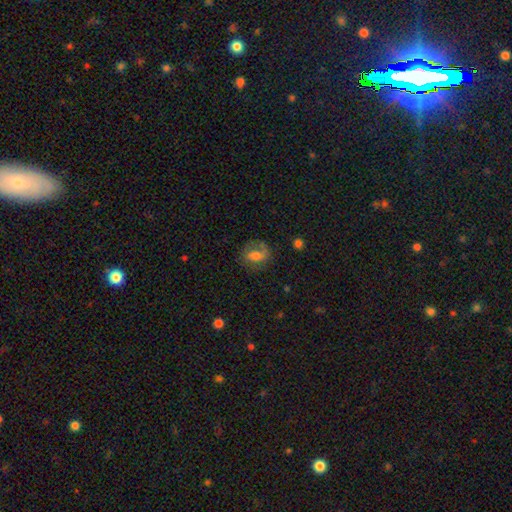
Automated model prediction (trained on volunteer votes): Morphology: type=smooth (56%); roundness=in between (64%); merging=none (60%).